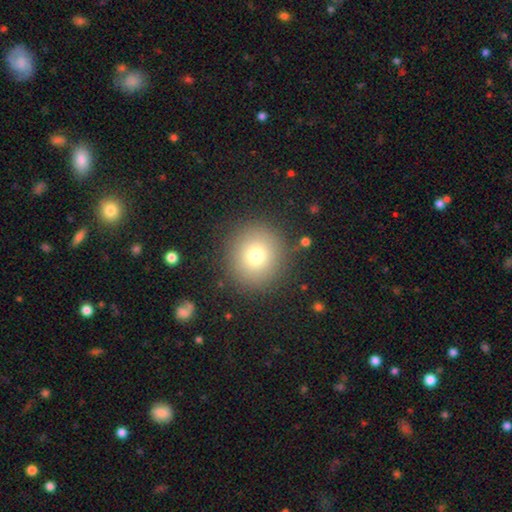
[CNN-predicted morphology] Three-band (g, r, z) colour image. It shows a smooth galaxy with no disk features (76%) that is round (92%). Merging: none (88%).